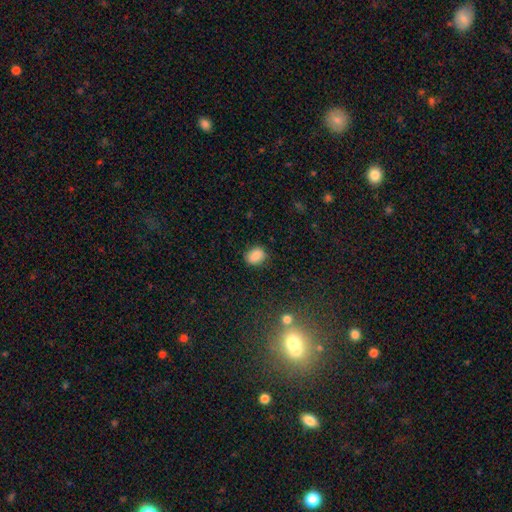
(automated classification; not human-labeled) A smooth galaxy with no disk features (85%) that is in between round and cigar-shaped (58%).

Vote fractions:
- Smooth or featured? smooth: 85% / star or artifact: 9% / featured or disk: 6%
- How rounded? in between: 58% / round: 41% / cigar-shaped: 1%
- Merging? none: 85% / minor disturbance: 11% / major disturbance: 3% / merger: 1%